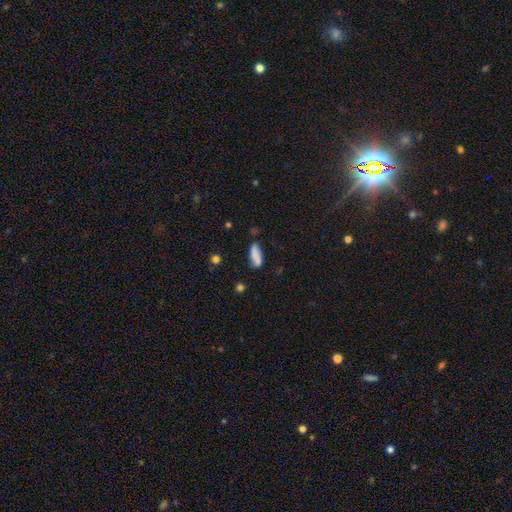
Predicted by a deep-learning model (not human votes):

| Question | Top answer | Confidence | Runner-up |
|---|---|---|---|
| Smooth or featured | smooth | 81% | featured or disk (12%) |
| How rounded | in between | 67% | cigar-shaped (31%) |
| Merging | none | 67% | minor disturbance (22%) |